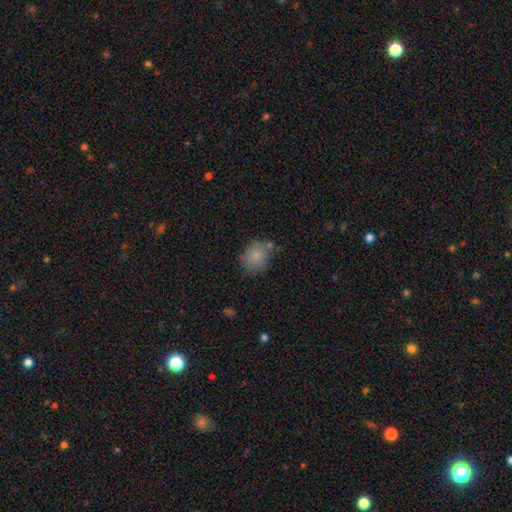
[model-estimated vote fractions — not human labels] A smooth galaxy with no disk features (82%) that is round (61%). Merging: none (66%).